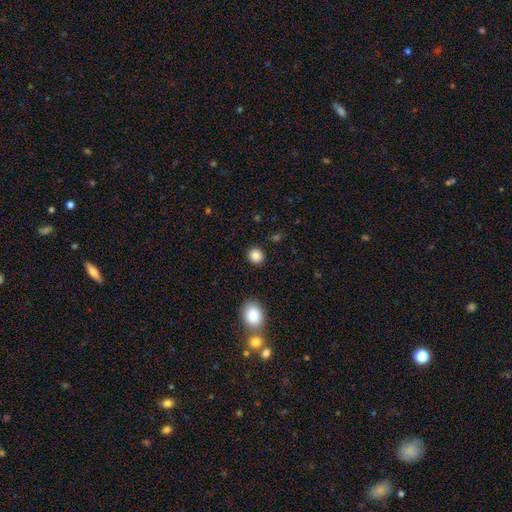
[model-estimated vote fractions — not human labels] Smooth or featured: smooth — 87% (star or artifact — 10%)
How rounded: round — 82% (in between — 17%)
Merging: none — 89% (minor disturbance — 6%)